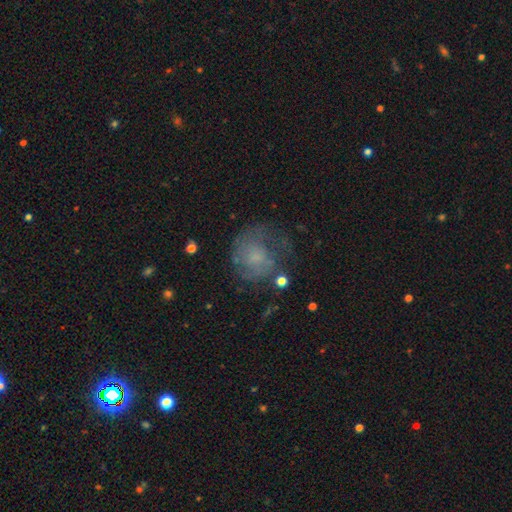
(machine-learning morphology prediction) smooth-or-featured: featured or disk: 46% | smooth: 41% | star or artifact: 13%
  merging: none: 49% | major disturbance: 25% | minor disturbance: 23% | merger: 4%